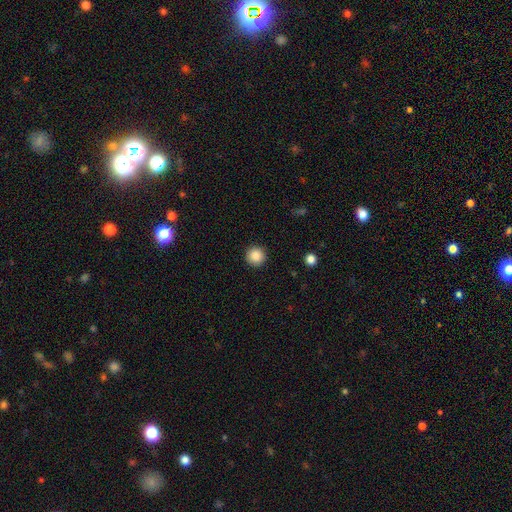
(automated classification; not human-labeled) Smooth or featured? smooth (86%)
How rounded? round (96%)
Merging? none (93%)